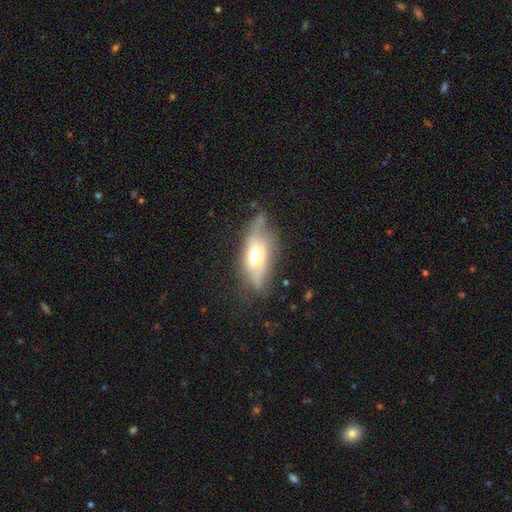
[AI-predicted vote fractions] featured or disk 50%, smooth 42%, star or artifact 8%. Down the decision tree: edge-on disk — no (60%); merging — none (50%).